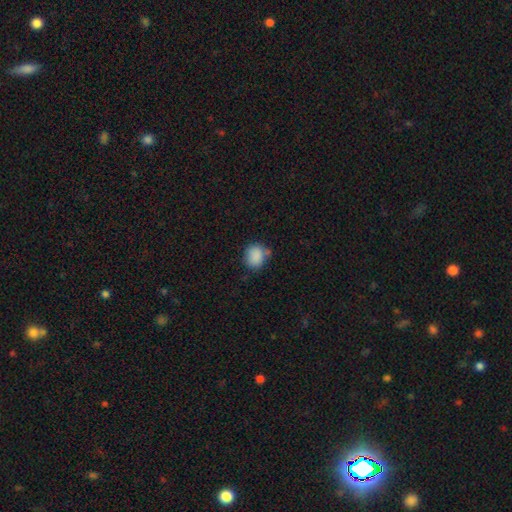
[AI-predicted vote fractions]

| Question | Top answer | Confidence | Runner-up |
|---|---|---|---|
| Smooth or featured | smooth | 86% | star or artifact (9%) |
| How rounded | round | 65% | in between (34%) |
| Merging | none | 67% | minor disturbance (21%) |